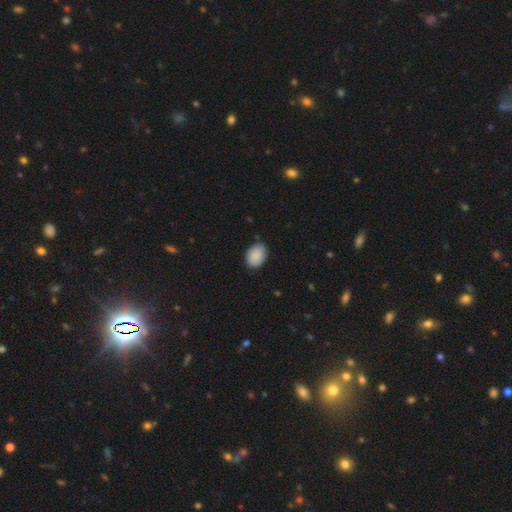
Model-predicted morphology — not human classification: This is clearly a smooth galaxy (88%). How rounded: likely in between (76%). Merging: clearly none (82%).